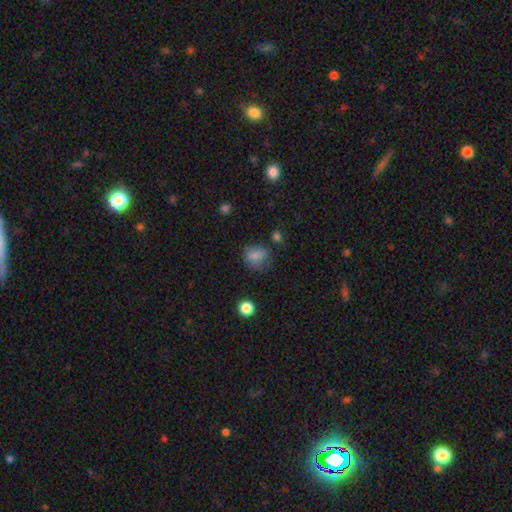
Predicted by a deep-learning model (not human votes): Q: Smooth or featured?
A: smooth (80%); runner-up: star or artifact (11%)
Q: How rounded?
A: round (66%); runner-up: in between (33%)
Q: Merging?
A: none (63%); runner-up: minor disturbance (24%)